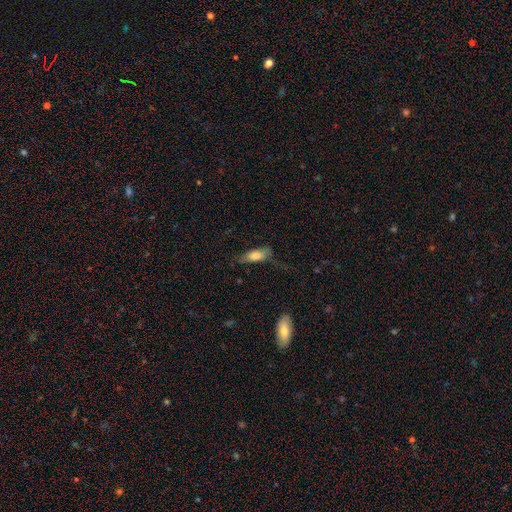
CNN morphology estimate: Smooth or featured? smooth (73%)
How rounded? in between (66%)
Merging? none (54%)